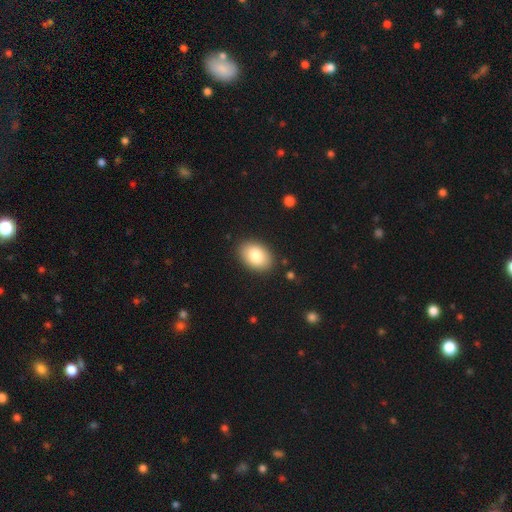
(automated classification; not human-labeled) A smooth galaxy with no disk features (83%) that is in between round and cigar-shaped (84%).

Vote fractions:
- Smooth or featured? smooth: 83% / featured or disk: 10% / star or artifact: 7%
- How rounded? in between: 84% / round: 15% / cigar-shaped: 1%
- Merging? none: 88% / minor disturbance: 8% / major disturbance: 2% / merger: 1%